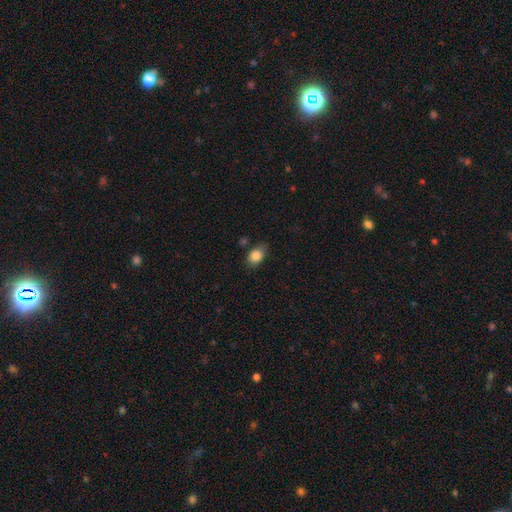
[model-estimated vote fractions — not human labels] This appears to be a smooth galaxy with no disk features (85%) that is in between round and cigar-shaped (74%). Merging: none (70%).